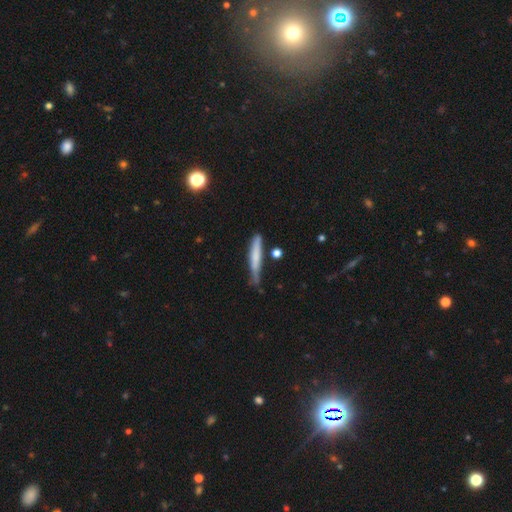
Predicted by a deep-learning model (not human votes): Smooth or featured?
  - smooth: 65% *
  - featured or disk: 29%
  - star or artifact: 6%
How rounded?
  - cigar-shaped: 93% *
  - in between: 5%
  - round: 2%
Merging?
  - none: 63% *
  - minor disturbance: 27%
  - major disturbance: 6%
  - merger: 5%